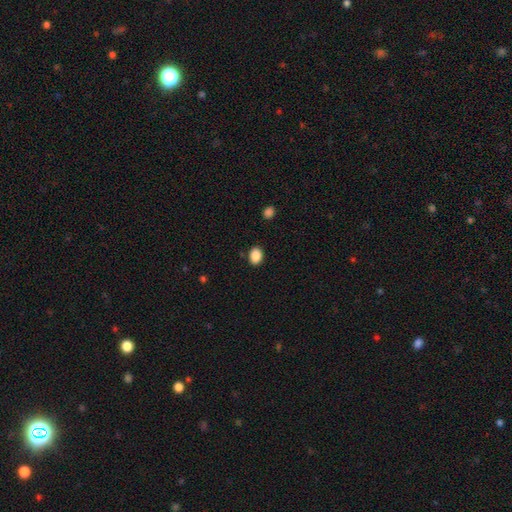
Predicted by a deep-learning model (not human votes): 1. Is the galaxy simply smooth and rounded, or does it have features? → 88% smooth, 9% star or artifact, 3% featured or disk.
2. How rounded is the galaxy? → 68% in between, 31% round, 1% cigar-shaped.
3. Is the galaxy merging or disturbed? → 87% none, 9% minor disturbance, 2% major disturbance, 2% merger.